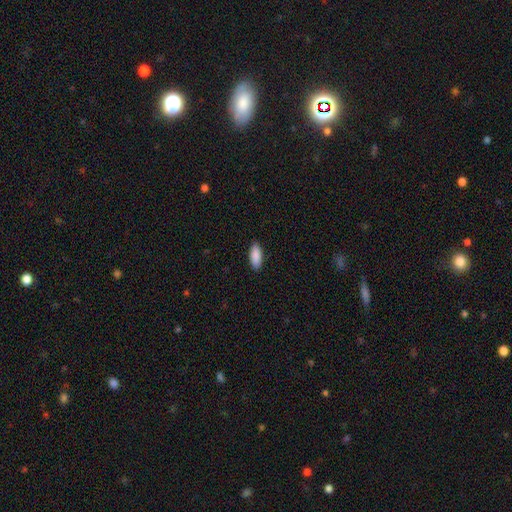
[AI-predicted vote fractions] A smooth galaxy with no disk features (90%) that is in between round and cigar-shaped (78%).

Vote fractions:
- Smooth or featured? smooth: 90% / star or artifact: 6% / featured or disk: 4%
- How rounded? in between: 78% / cigar-shaped: 20% / round: 2%
- Merging? none: 89% / minor disturbance: 8% / major disturbance: 2% / merger: 1%